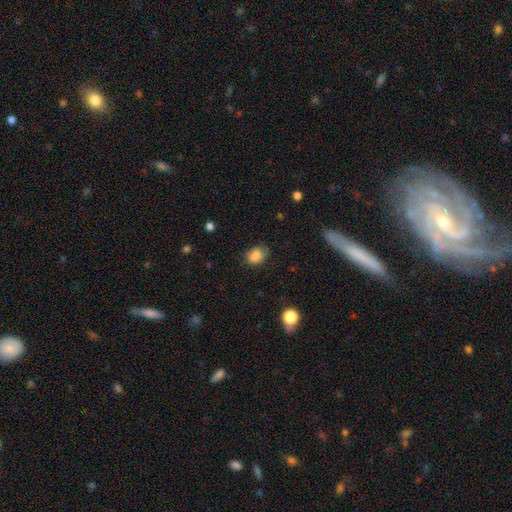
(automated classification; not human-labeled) Overall: smooth (85%). How rounded: in between (64%; round 35%). Merging: none (71%).